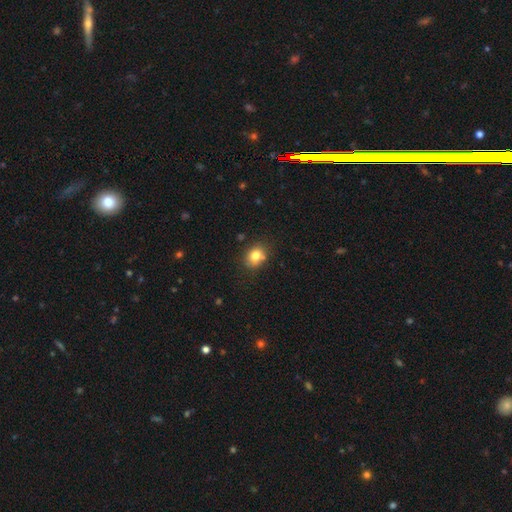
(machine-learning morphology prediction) This appears to be a smooth galaxy with no disk features (79%) that is round (57%). Merging: none (73%).